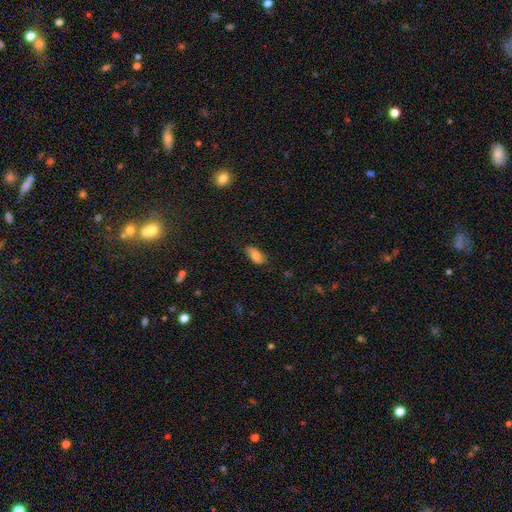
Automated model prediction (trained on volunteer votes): A smooth galaxy with no disk features (78%) that is in between round and cigar-shaped (89%). Merging: none (75%).